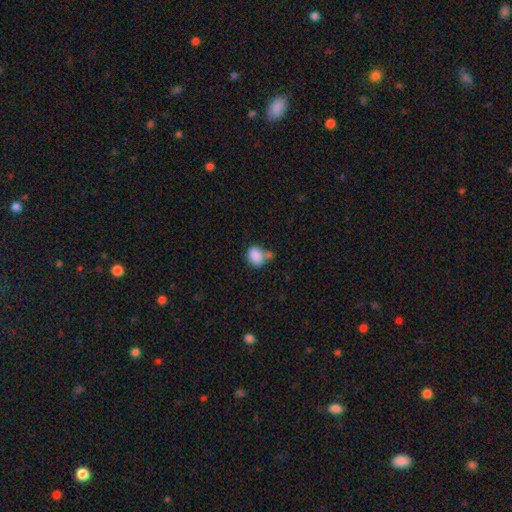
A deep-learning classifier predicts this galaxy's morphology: Q: Smooth or featured?
A: smooth (86%); runner-up: star or artifact (9%)
Q: How rounded?
A: in between (51%); runner-up: round (48%)
Q: Merging?
A: none (50%); runner-up: merger (26%)